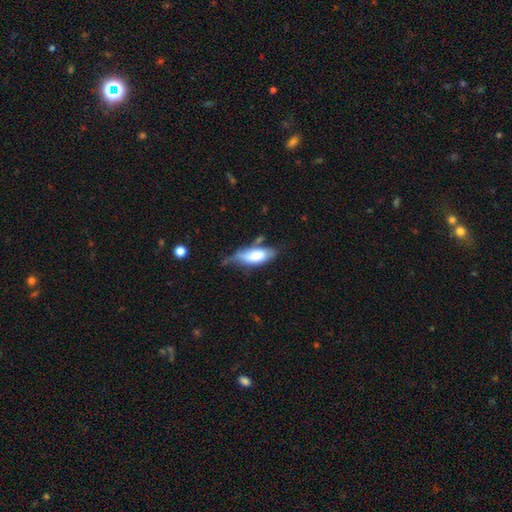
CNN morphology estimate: Q: Smooth or featured?
A: smooth (72%); runner-up: featured or disk (22%)
Q: How rounded?
A: in between (78%); runner-up: cigar-shaped (20%)
Q: Merging?
A: minor disturbance (40%); runner-up: none (33%)